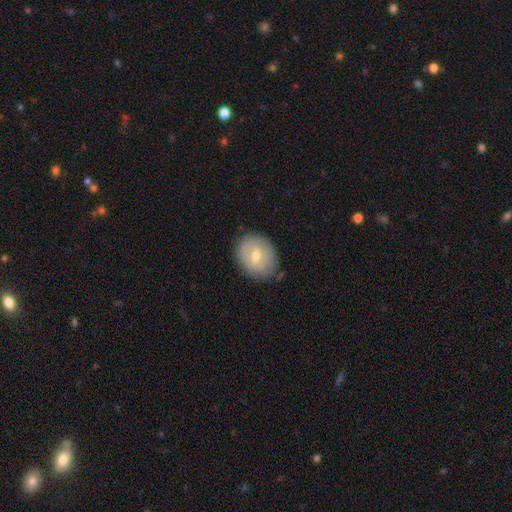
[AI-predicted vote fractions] smooth 49%, featured or disk 43%, star or artifact 8%. Down the decision tree: merging — none (80%).